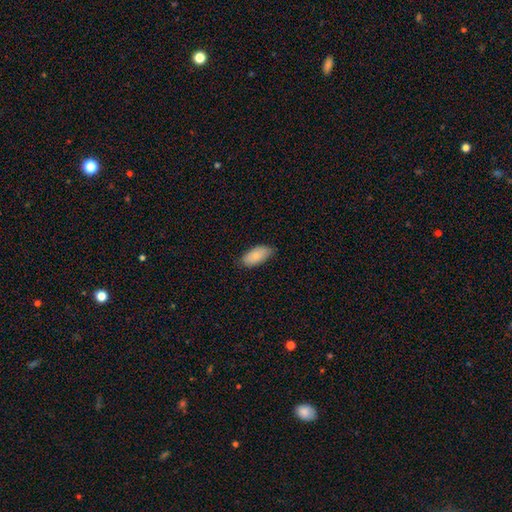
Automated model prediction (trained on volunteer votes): A smooth galaxy with no disk features (84%) that is in between round and cigar-shaped (93%).

Vote fractions:
- Smooth or featured? smooth: 84% / featured or disk: 9% / star or artifact: 6%
- How rounded? in between: 93% / cigar-shaped: 5% / round: 2%
- Merging? none: 76% / minor disturbance: 20% / major disturbance: 3% / merger: 1%